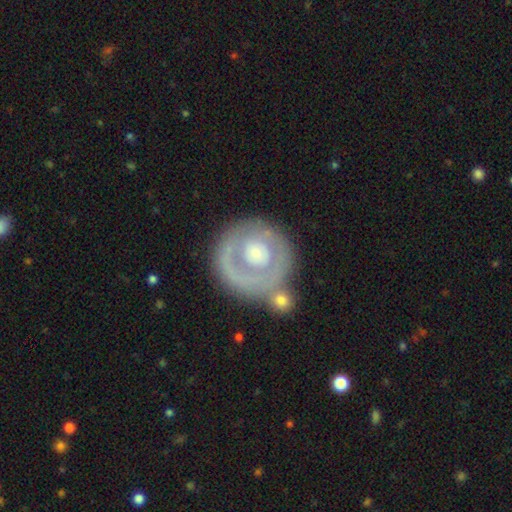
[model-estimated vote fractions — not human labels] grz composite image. It shows a featured or disk galaxy (63%) with no bar (87%), no spiral arms (66%) and a moderate central bulge (39%). Merging: none (64%).